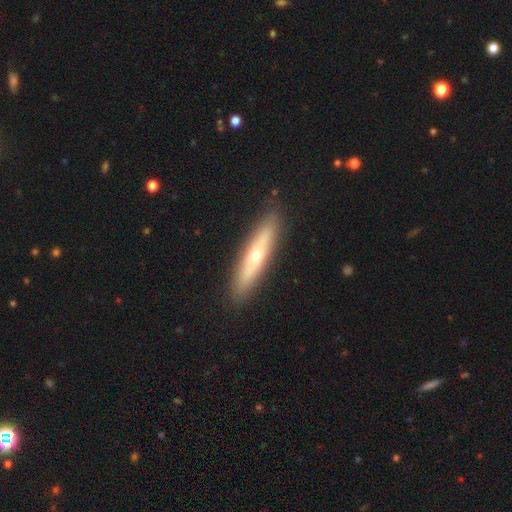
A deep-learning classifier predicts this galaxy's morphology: The model was most divided on "smooth or featured": featured or disk: 51%, smooth: 43%, star or artifact: 6%. More confident: merging — none (90%); edge-on disk — yes (76%).